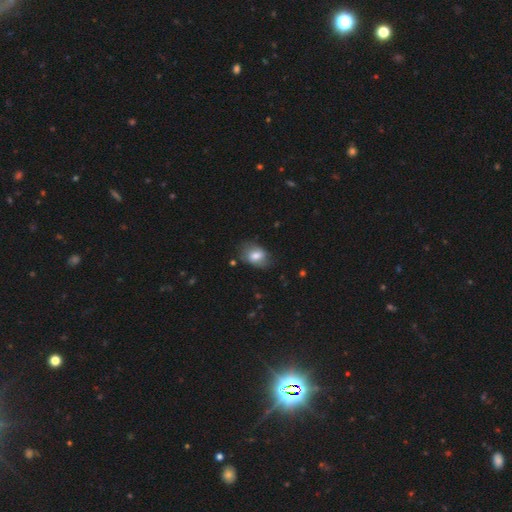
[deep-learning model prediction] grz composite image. It shows a smooth galaxy with no disk features (72%) that is in between round and cigar-shaped (79%). Merging: none (67%).